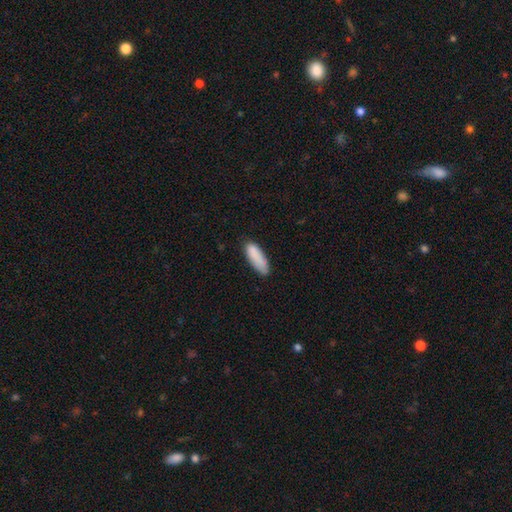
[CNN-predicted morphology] Overall: smooth (87%). How rounded: in between (58%; cigar-shaped 40%). Merging: none (71%).